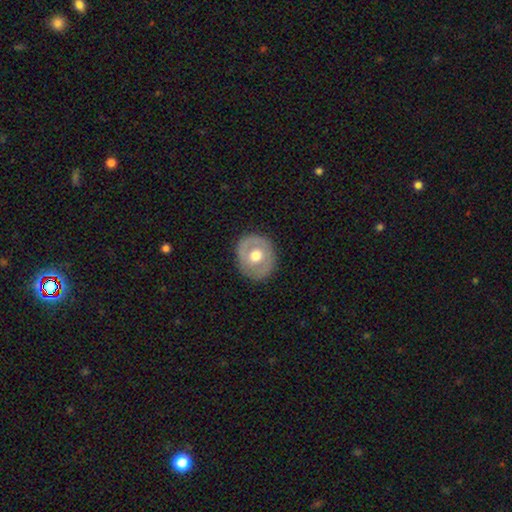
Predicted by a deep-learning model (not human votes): Smooth or featured?
  - smooth: 50% *
  - featured or disk: 44%
  - star or artifact: 6%
Merging?
  - none: 84% *
  - minor disturbance: 11%
  - major disturbance: 4%
  - merger: 1%